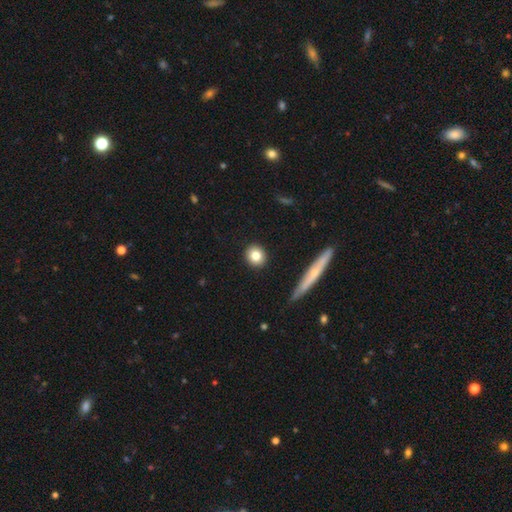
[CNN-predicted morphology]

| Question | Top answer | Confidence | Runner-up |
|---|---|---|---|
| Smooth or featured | smooth | 81% | featured or disk (11%) |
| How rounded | round | 84% | in between (14%) |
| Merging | none | 91% | minor disturbance (6%) |